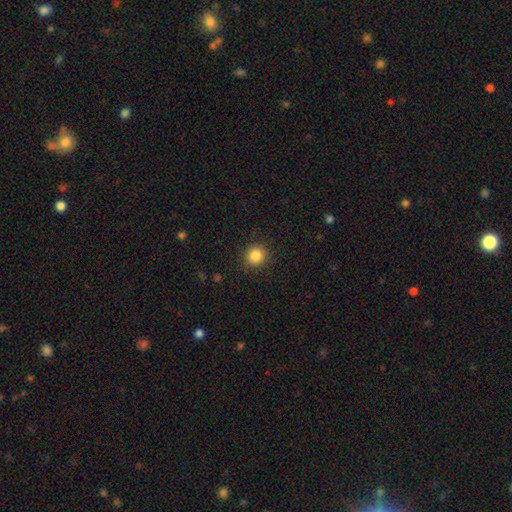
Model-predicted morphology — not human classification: Overall: smooth (85%). How rounded: round (91%). Merging: none (90%).